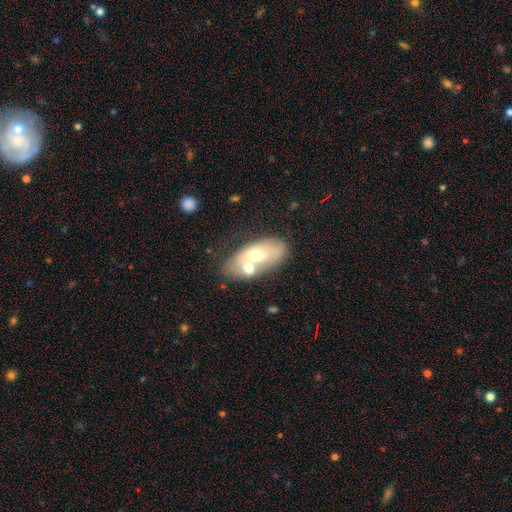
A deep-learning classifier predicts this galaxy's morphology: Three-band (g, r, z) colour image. It shows a smooth galaxy with no disk features (47%). Merging: merger (49%).